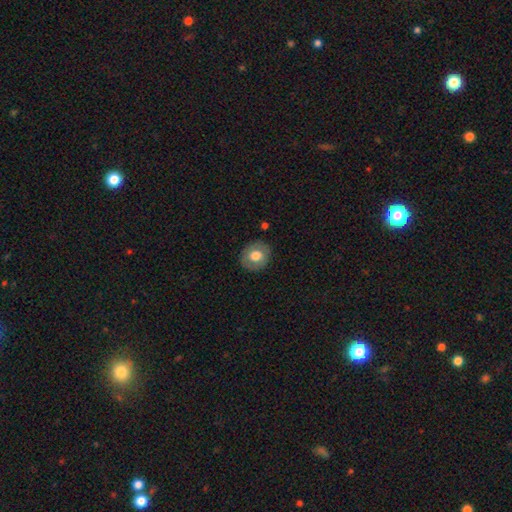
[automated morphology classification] smooth-or-featured: smooth: 67% | featured or disk: 26% | star or artifact: 7%
  how-rounded: round: 73% | in between: 26% | cigar-shaped: 1%
  merging: none: 87% | minor disturbance: 10% | major disturbance: 3% | merger: 1%